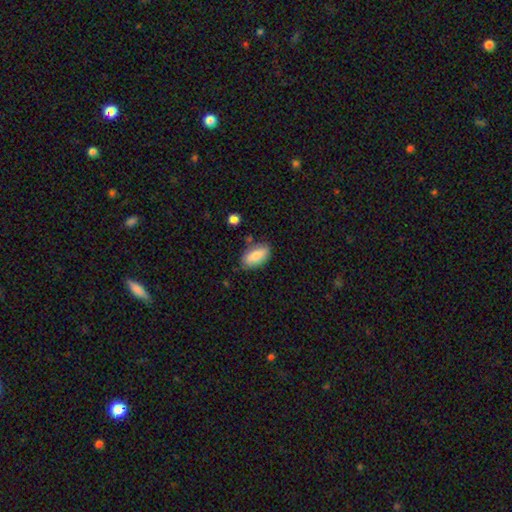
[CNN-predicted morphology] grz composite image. It shows a smooth galaxy with no disk features (83%) that is in between round and cigar-shaped (90%). Merging: none (77%).